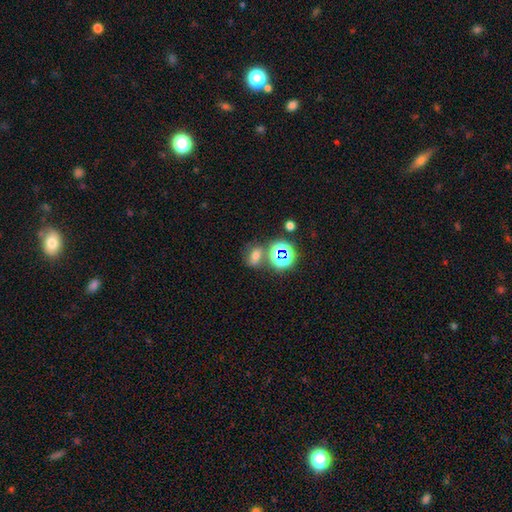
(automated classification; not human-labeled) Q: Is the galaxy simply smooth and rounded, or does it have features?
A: smooth — 52%.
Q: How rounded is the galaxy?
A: in between — 64%.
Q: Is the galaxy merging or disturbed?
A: none — 57%.